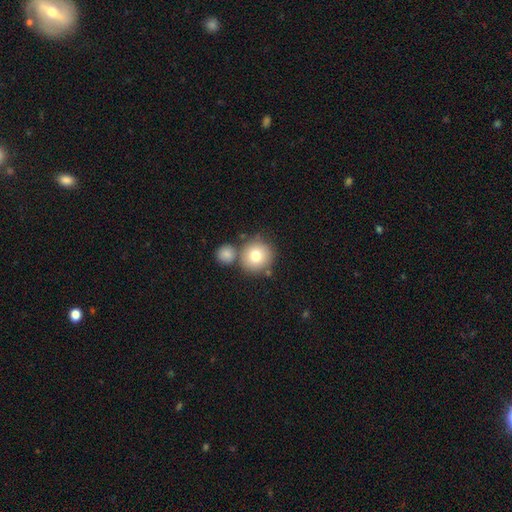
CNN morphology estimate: Q: Smooth or featured?
A: smooth (77%); runner-up: featured or disk (13%)
Q: How rounded?
A: round (92%); runner-up: in between (7%)
Q: Merging?
A: none (68%); runner-up: merger (20%)